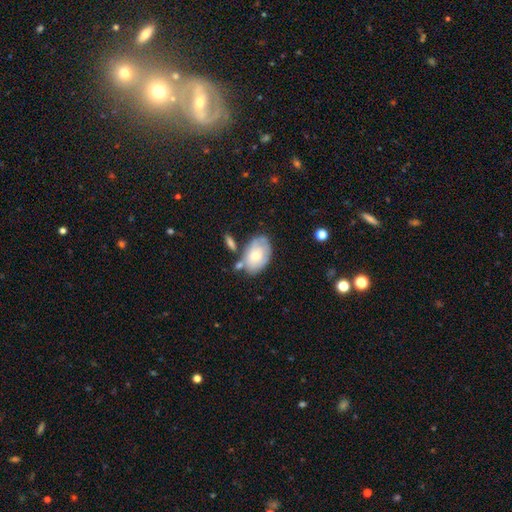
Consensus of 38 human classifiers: smooth_or_featured: smooth (p=0.61) [alt: featured or disk p=0.32]
how_rounded: in between (p=0.96) [alt: round p=0.04]
merging: none (p=0.49) [alt: minor disturbance p=0.29]